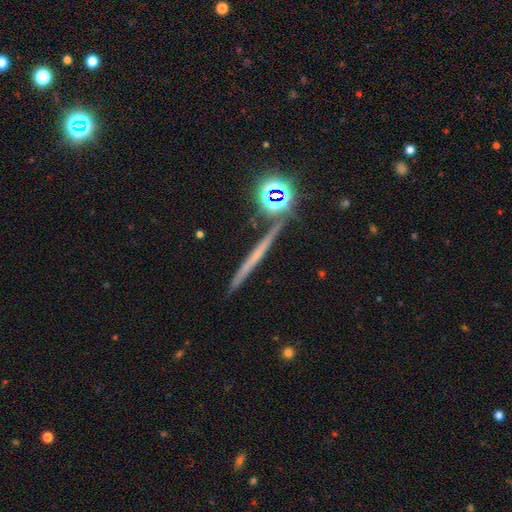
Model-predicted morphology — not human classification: Overall: featured or disk (48%; smooth 30%). Merging: none (87%).